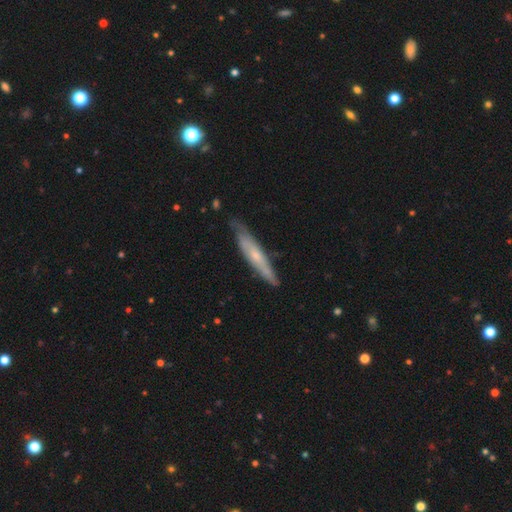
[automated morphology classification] This is possibly a featured or disk galaxy (54%). It is likely viewed edge-on (75%). Merging: likely none (74%).